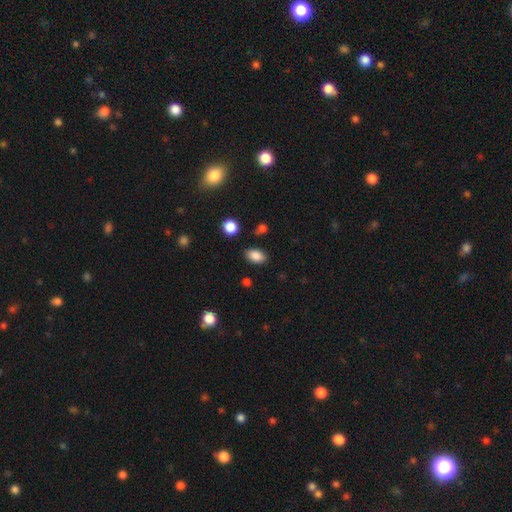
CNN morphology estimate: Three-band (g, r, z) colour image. It shows a smooth galaxy with no disk features (86%) that is in between round and cigar-shaped (86%). Merging: none (84%).